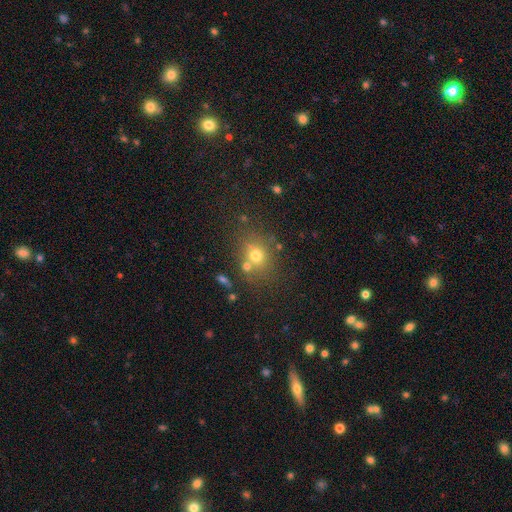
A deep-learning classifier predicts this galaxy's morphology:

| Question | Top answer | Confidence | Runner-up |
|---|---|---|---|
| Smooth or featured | smooth | 67% | star or artifact (18%) |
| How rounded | round | 65% | in between (34%) |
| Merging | none | 65% | merger (16%) |